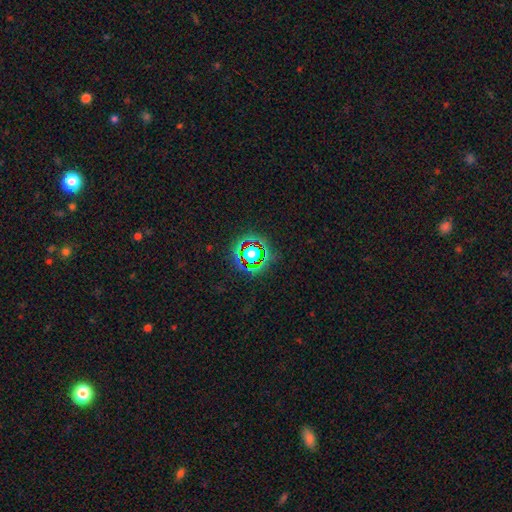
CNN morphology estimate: Smooth or featured: star or artifact — 77% (smooth — 14%)